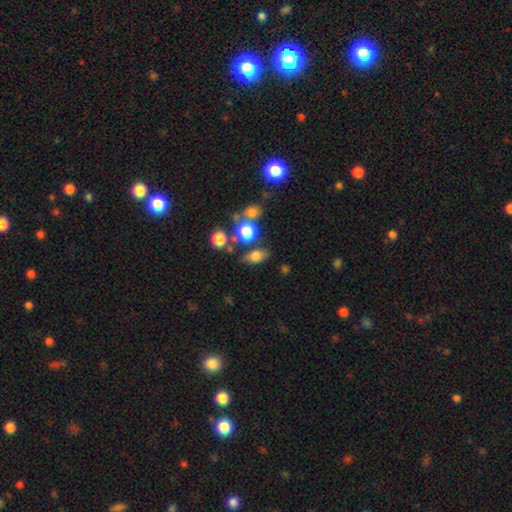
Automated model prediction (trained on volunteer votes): A smooth galaxy with no disk features (73%) that is in between round and cigar-shaped (66%). Merging: none (63%).